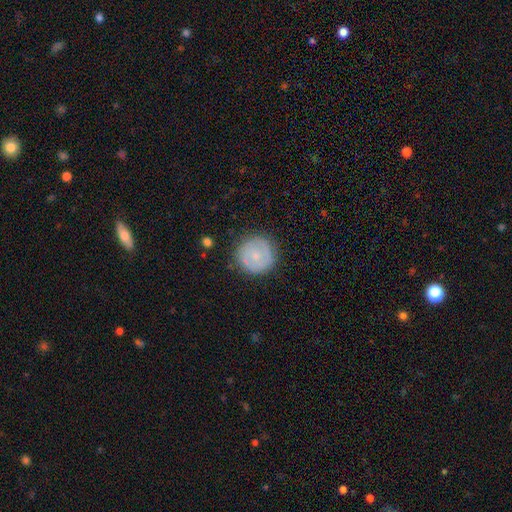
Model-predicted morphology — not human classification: smooth-or-featured: smooth: 54% | featured or disk: 39% | star or artifact: 7%
  how-rounded: round: 94% | in between: 5% | cigar-shaped: 1%
  merging: none: 84% | minor disturbance: 11% | major disturbance: 3% | merger: 1%